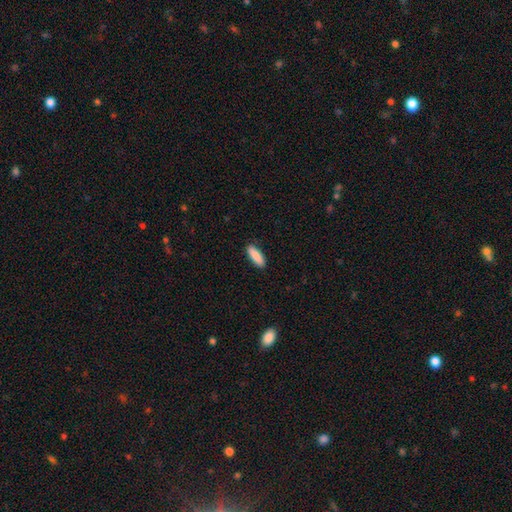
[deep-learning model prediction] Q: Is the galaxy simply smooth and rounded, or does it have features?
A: smooth — 89%.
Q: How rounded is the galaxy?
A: in between — 55%.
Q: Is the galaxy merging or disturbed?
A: none — 89%.